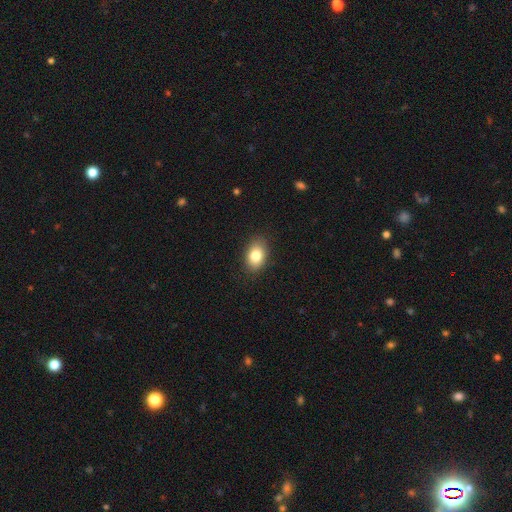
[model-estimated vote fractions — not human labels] Morphology: type=smooth (82%); roundness=in between (84%); merging=none (86%).